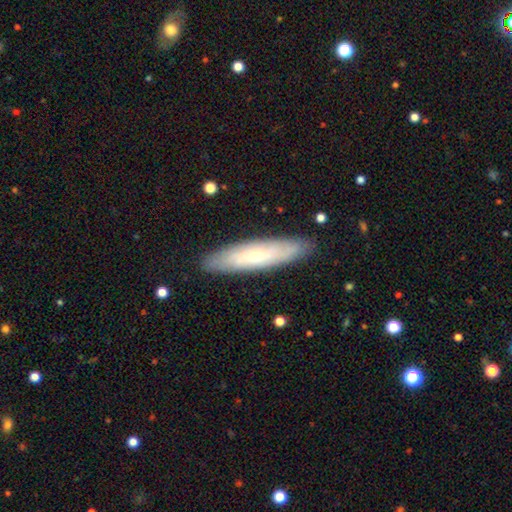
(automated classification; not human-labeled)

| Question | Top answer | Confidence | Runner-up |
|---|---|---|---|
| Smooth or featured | smooth | 54% | featured or disk (40%) |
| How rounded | cigar-shaped | 78% | in between (21%) |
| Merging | none | 88% | minor disturbance (9%) |